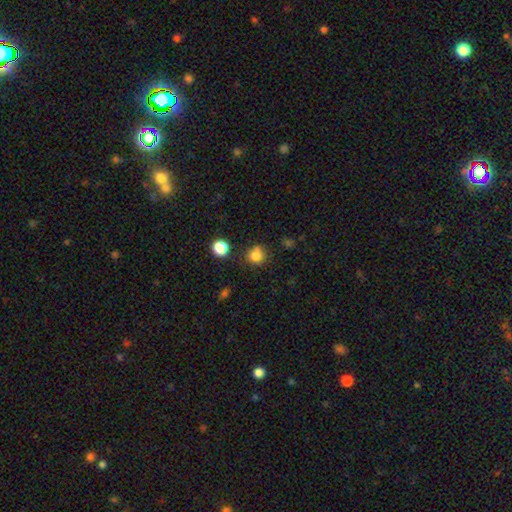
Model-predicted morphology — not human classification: Smooth or featured? Predicted: smooth (p=0.81). How rounded? Predicted: round (p=0.86). Merging? Predicted: none (p=0.72).